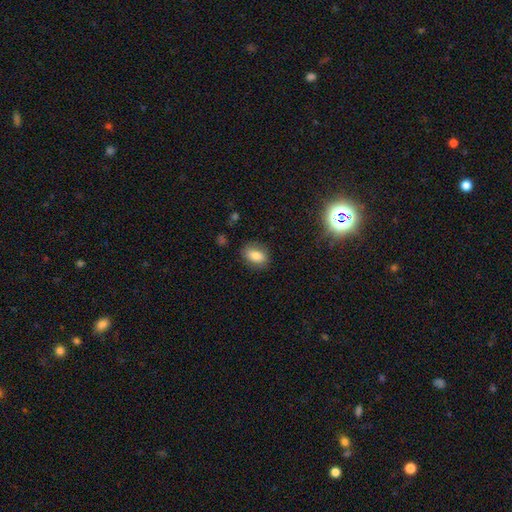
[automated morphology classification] Smooth or featured?
  - smooth: 80% *
  - featured or disk: 11%
  - star or artifact: 9%
How rounded?
  - in between: 83% *
  - round: 15%
  - cigar-shaped: 2%
Merging?
  - none: 81% *
  - minor disturbance: 14%
  - major disturbance: 4%
  - merger: 1%